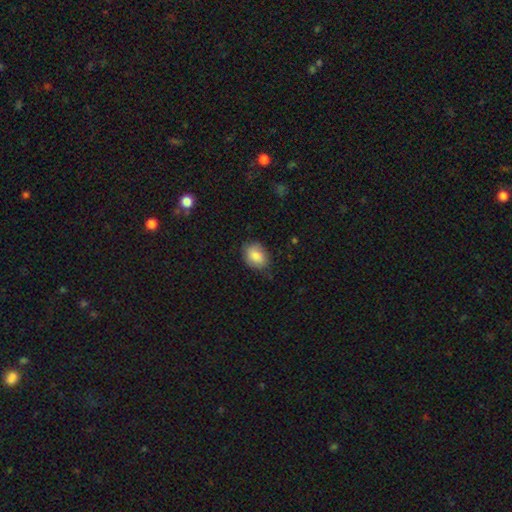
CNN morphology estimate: type=smooth (85%); roundness=in between (71%); merging=none (75%).